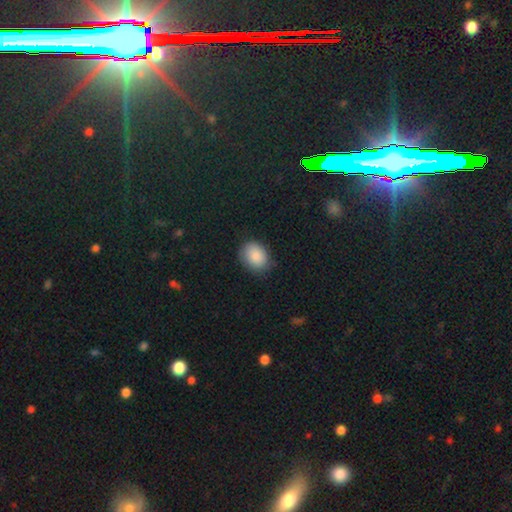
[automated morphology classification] A smooth galaxy with no disk features (88%) that is in between round and cigar-shaped (58%).

Vote fractions:
- Smooth or featured? smooth: 88% / star or artifact: 7% / featured or disk: 5%
- How rounded? in between: 58% / round: 41% / cigar-shaped: 1%
- Merging? none: 80% / minor disturbance: 15% / major disturbance: 3% / merger: 1%